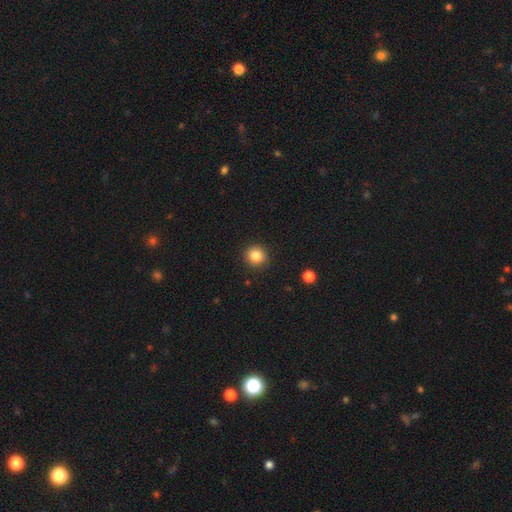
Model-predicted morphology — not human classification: Q: Smooth or featured?
A: smooth (85%); runner-up: star or artifact (10%)
Q: How rounded?
A: round (91%); runner-up: in between (8%)
Q: Merging?
A: none (91%); runner-up: minor disturbance (5%)